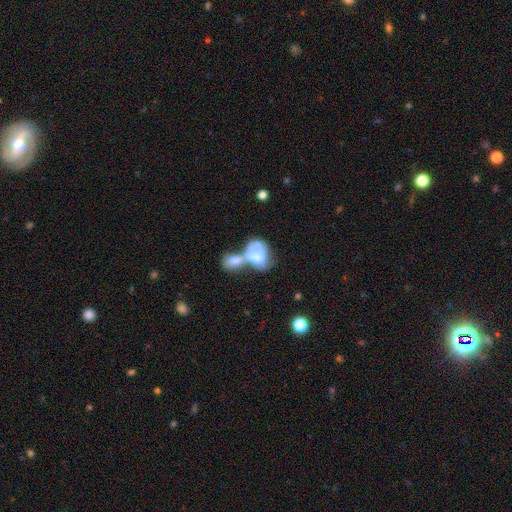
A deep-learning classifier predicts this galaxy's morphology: type=smooth (54%); roundness=in between (76%); merging=merger (75%).